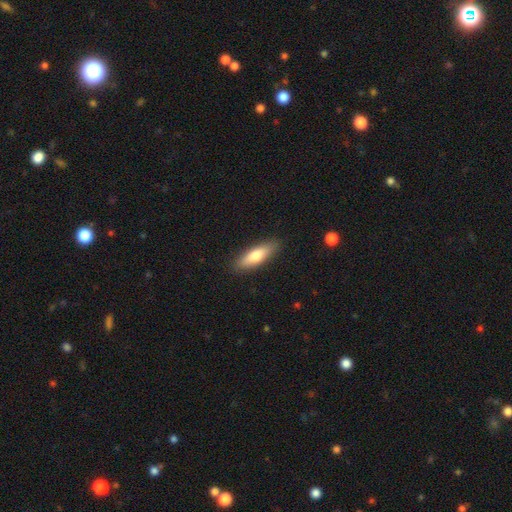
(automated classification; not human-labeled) A smooth galaxy with no disk features (73%) that is cigar-shaped (56%).

Vote fractions:
- Smooth or featured? smooth: 73% / featured or disk: 21% / star or artifact: 6%
- How rounded? cigar-shaped: 56% / in between: 42% / round: 2%
- Merging? none: 88% / minor disturbance: 9% / major disturbance: 2% / merger: 1%